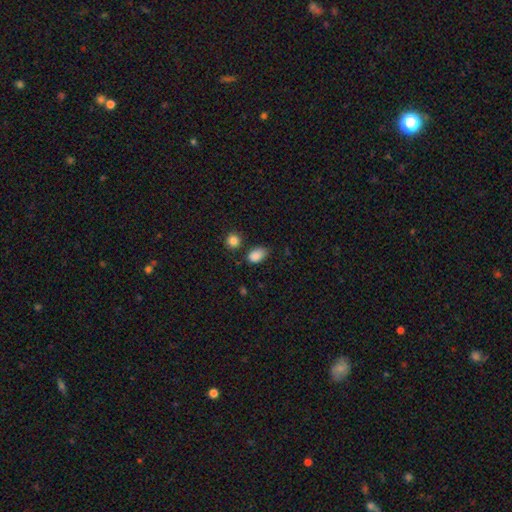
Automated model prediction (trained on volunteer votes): A smooth galaxy with no disk features (87%) that is in between round and cigar-shaped (86%).

Vote fractions:
- Smooth or featured? smooth: 87% / star or artifact: 10% / featured or disk: 4%
- How rounded? in between: 86% / round: 13% / cigar-shaped: 2%
- Merging? none: 64% / minor disturbance: 26% / merger: 5% / major disturbance: 5%